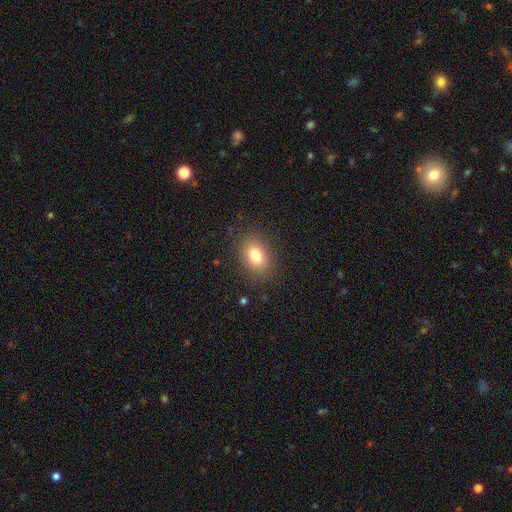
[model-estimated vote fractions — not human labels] A smooth galaxy with no disk features (81%) that is in between round and cigar-shaped (74%). Merging: none (86%).